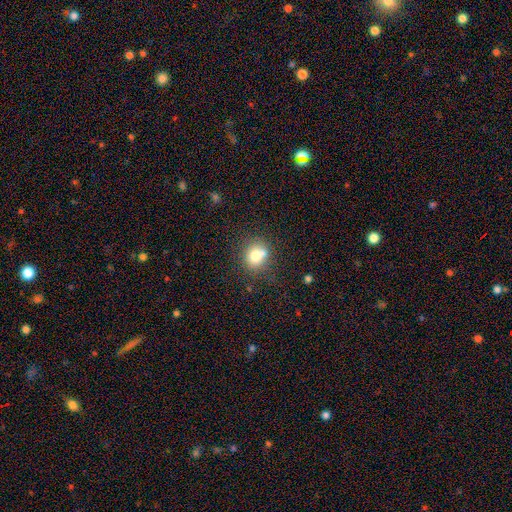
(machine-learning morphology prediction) Q: Smooth or featured?
A: smooth (74%); runner-up: featured or disk (15%)
Q: How rounded?
A: round (75%); runner-up: in between (24%)
Q: Merging?
A: none (59%); runner-up: merger (24%)